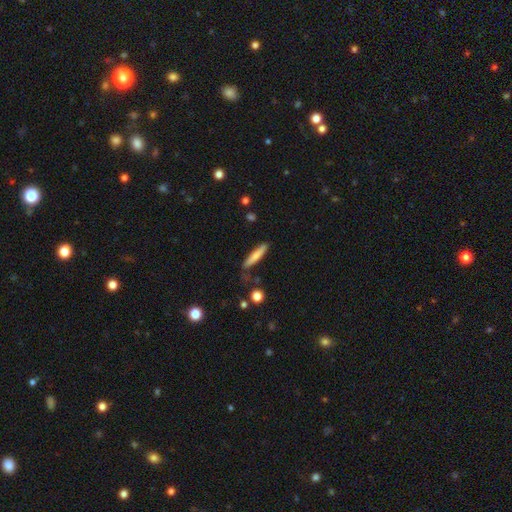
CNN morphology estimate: This appears to be a smooth galaxy with no disk features (72%) that is cigar-shaped (90%). Merging: none (73%).